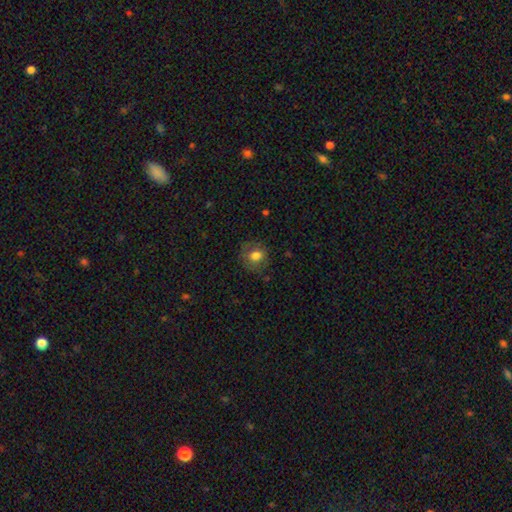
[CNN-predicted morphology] This is likely a smooth galaxy (73%). How rounded: likely round (79%). Merging: likely none (78%).